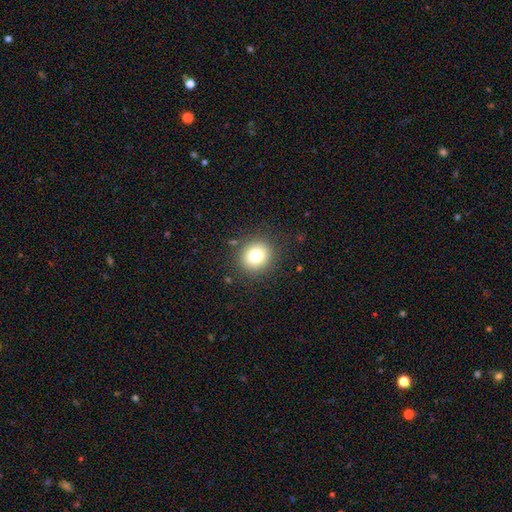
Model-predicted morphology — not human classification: smooth 78%, star or artifact 12%, featured or disk 10%. Down the decision tree: how rounded — round (86%); merging — none (87%).